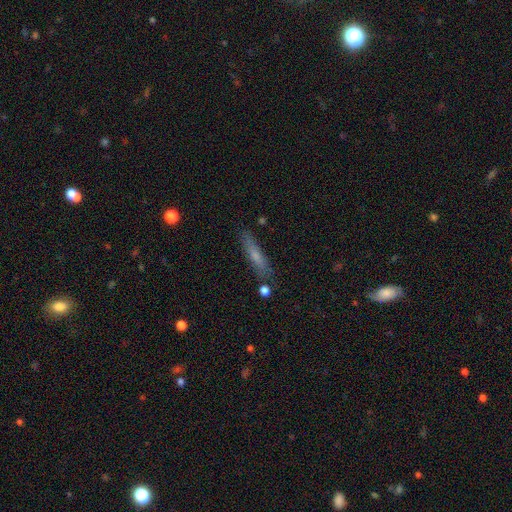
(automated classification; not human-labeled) This appears to be a smooth galaxy with no disk features (60%) that is cigar-shaped (86%). Merging: none (81%).